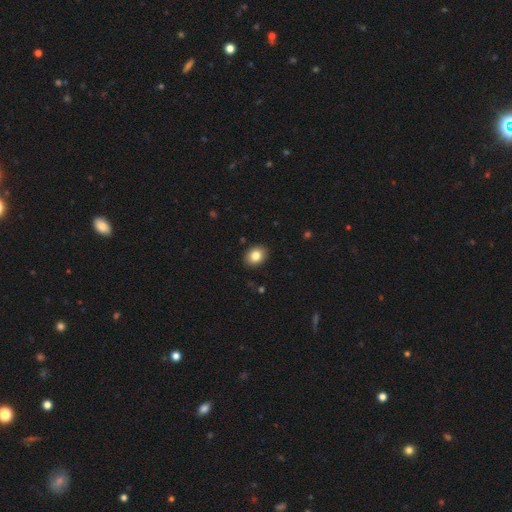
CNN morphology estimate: Smooth or featured? smooth (83%)
How rounded? in between (61%)
Merging? none (90%)